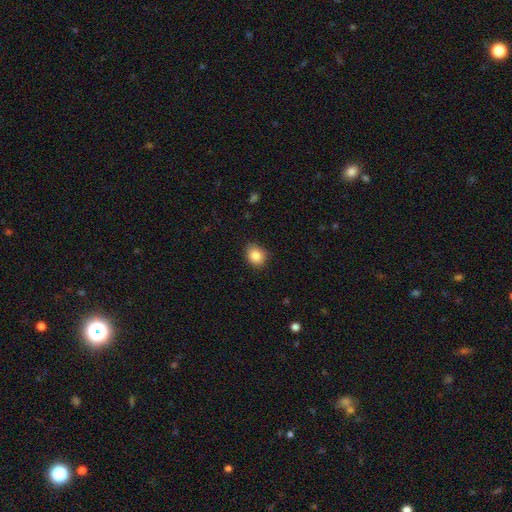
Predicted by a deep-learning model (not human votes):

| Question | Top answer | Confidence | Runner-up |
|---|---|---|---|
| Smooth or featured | smooth | 85% | star or artifact (9%) |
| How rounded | round | 62% | in between (37%) |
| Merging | none | 83% | minor disturbance (13%) |